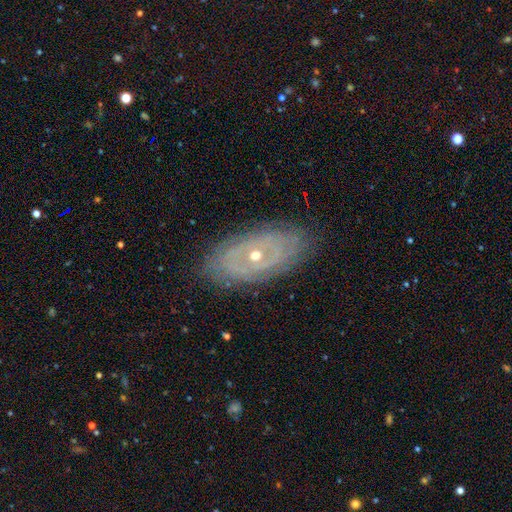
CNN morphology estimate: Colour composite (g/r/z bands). It shows a featured or disk galaxy (78%) with no bar (75%), spiral arms (69%) and a small central bulge (62%). Merging: none (84%).